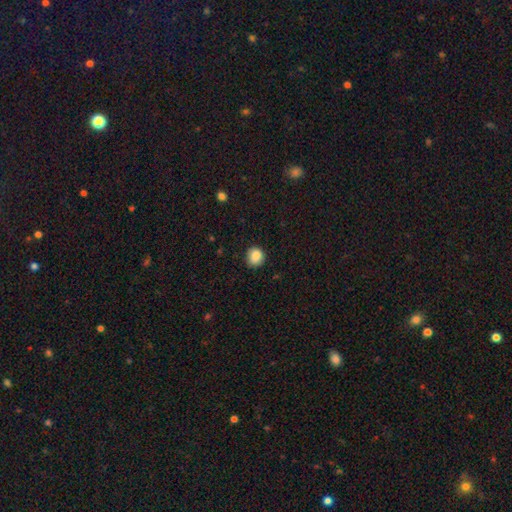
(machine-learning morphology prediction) smooth_or_featured: smooth (p=0.87) [alt: star or artifact p=0.09]
how_rounded: round (p=0.82) [alt: in between p=0.17]
merging: none (p=0.84) [alt: minor disturbance p=0.12]